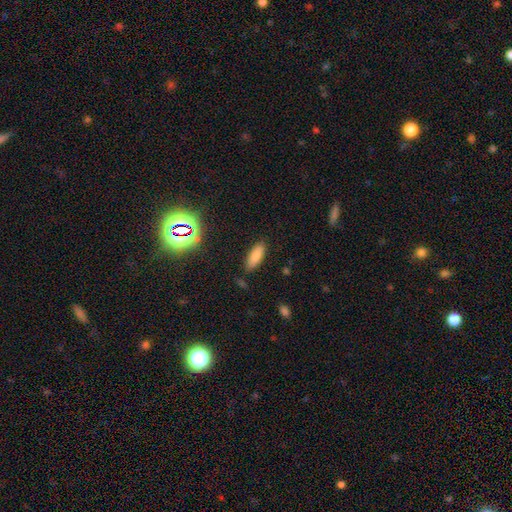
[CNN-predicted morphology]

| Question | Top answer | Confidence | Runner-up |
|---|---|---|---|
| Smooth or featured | smooth | 81% | star or artifact (10%) |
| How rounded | in between | 69% | cigar-shaped (29%) |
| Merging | none | 84% | minor disturbance (11%) |